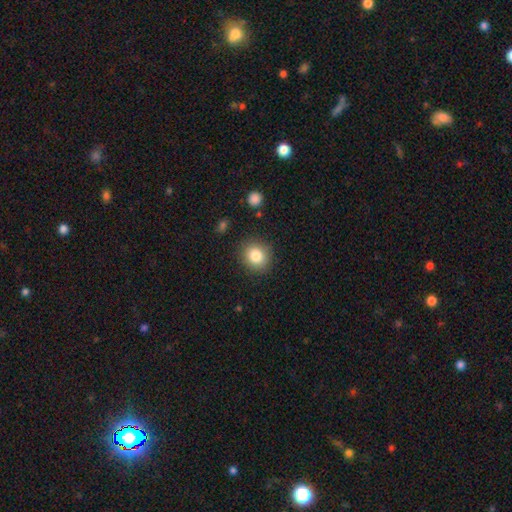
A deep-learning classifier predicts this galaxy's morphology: Q: Smooth or featured?
A: smooth (83%); runner-up: star or artifact (10%)
Q: How rounded?
A: round (84%); runner-up: in between (15%)
Q: Merging?
A: none (87%); runner-up: minor disturbance (9%)